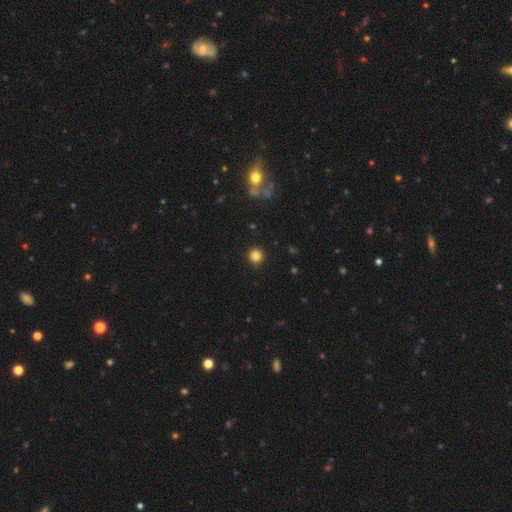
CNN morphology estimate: smooth-or-featured: smooth: 83% | star or artifact: 12% | featured or disk: 5%
  how-rounded: round: 95% | in between: 4% | cigar-shaped: 1%
  merging: none: 92% | minor disturbance: 5% | major disturbance: 2% | merger: 1%